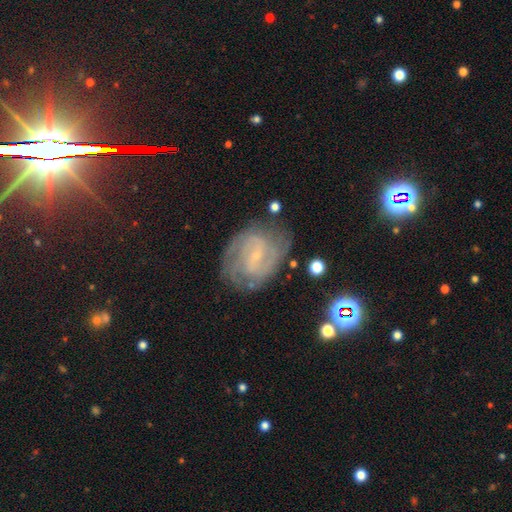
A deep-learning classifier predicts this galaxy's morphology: type=featured or disk (81%); edge-on=no (97%); bar=weak (49%); spiral arms=yes (94%); winding=tight (49%); arm count=2 (47%); bulge=small (82%); merging=none (73%).